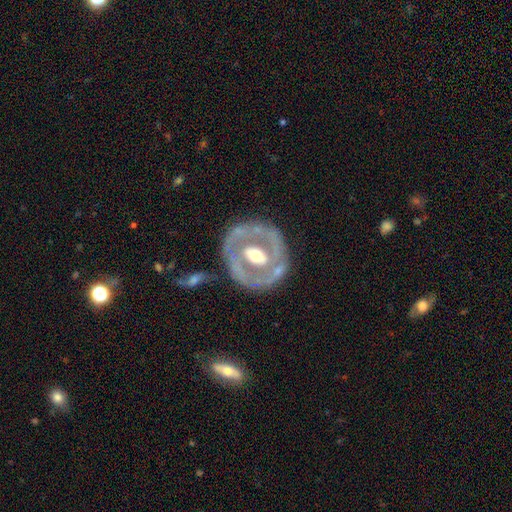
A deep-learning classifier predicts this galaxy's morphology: Smooth or featured: featured or disk — 73% (smooth — 22%)
Edge-on disk: no — 95% (yes — 5%)
Bar: no — 42% (weak — 32%)
Spiral arms: no — 67% (yes — 33%)
Bulge size: moderate — 71% (large — 15%)
Merging: none — 70% (minor disturbance — 17%)